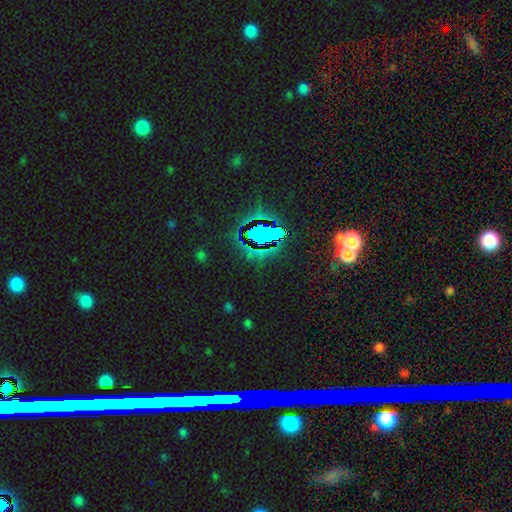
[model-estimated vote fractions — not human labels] This is likely a star or artifact rather than a galaxy (77%).